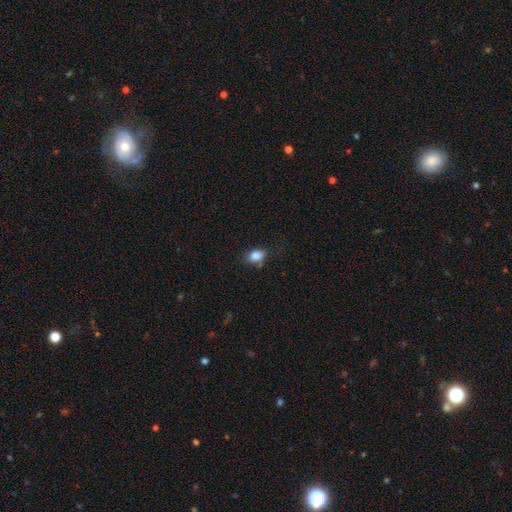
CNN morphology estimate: smooth 85%, star or artifact 9%, featured or disk 5%. Down the decision tree: how rounded — in between (72%); merging — none (74%).